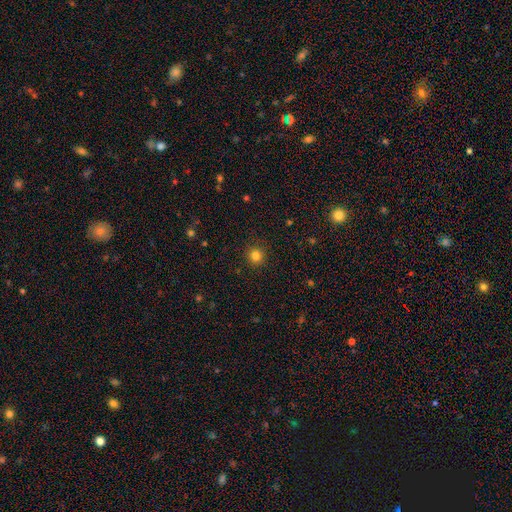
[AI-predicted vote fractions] smooth 82%, star or artifact 13%, featured or disk 4%. Down the decision tree: how rounded — round (94%); merging — none (91%).